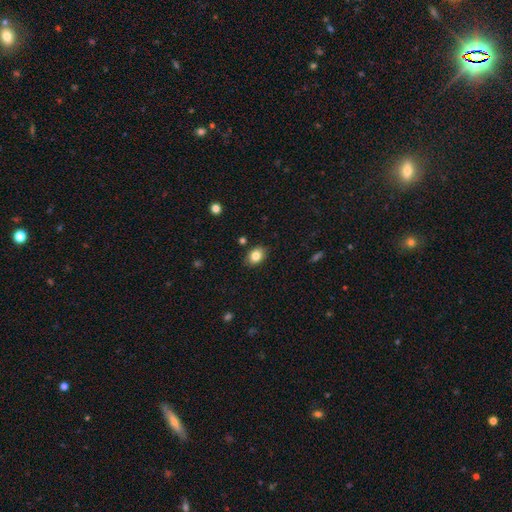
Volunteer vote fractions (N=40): Smooth or featured: smooth — 80% (star or artifact — 12%)
How rounded: in between — 69% (round — 31%)
Merging: none — 83% (minor disturbance — 14%)